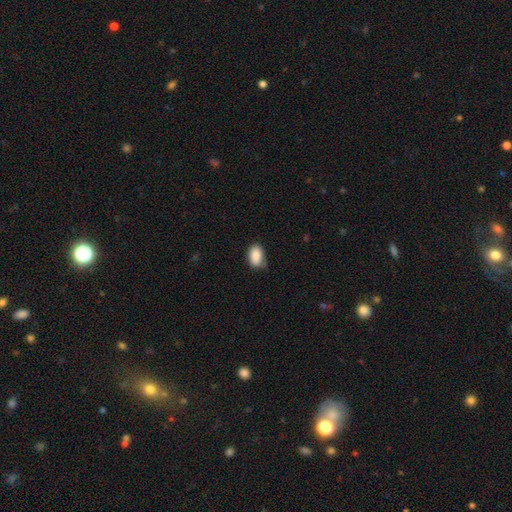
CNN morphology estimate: This is clearly a smooth galaxy (88%). How rounded: clearly in between (90%). Merging: likely none (72%).